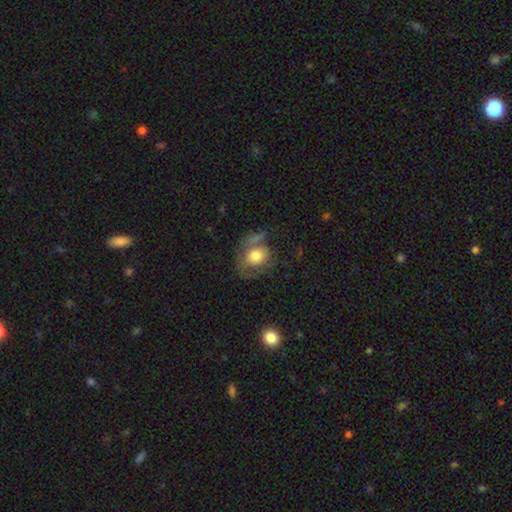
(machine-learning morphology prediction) Smooth or featured? smooth (65%)
How rounded? round (54%)
Merging? none (42%)